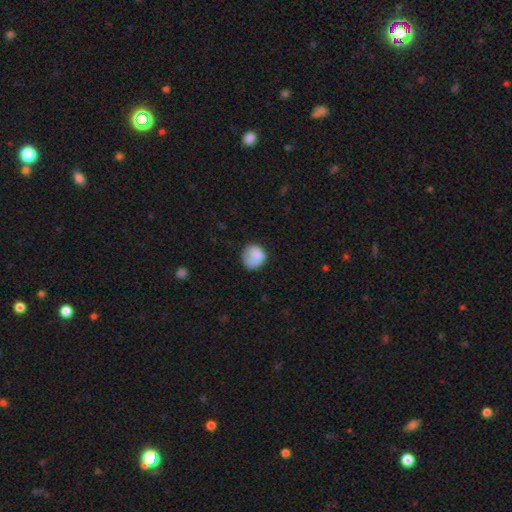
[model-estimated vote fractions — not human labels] Smooth or featured?
  - smooth: 78% *
  - featured or disk: 14%
  - star or artifact: 8%
How rounded?
  - round: 81% *
  - in between: 18%
  - cigar-shaped: 1%
Merging?
  - none: 60% *
  - minor disturbance: 25%
  - major disturbance: 12%
  - merger: 3%